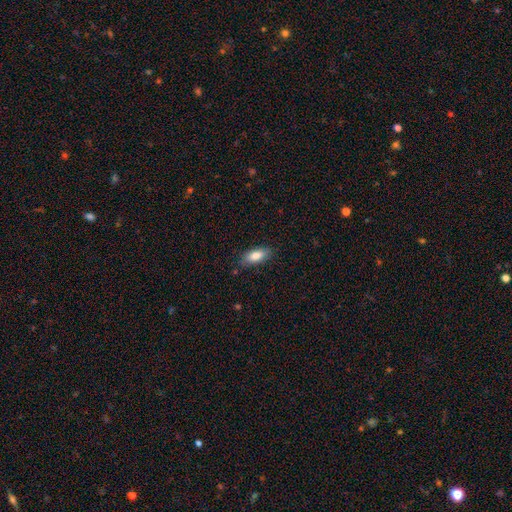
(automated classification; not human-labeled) This is clearly a smooth galaxy (84%). How rounded: clearly in between (83%). Merging: clearly none (83%).